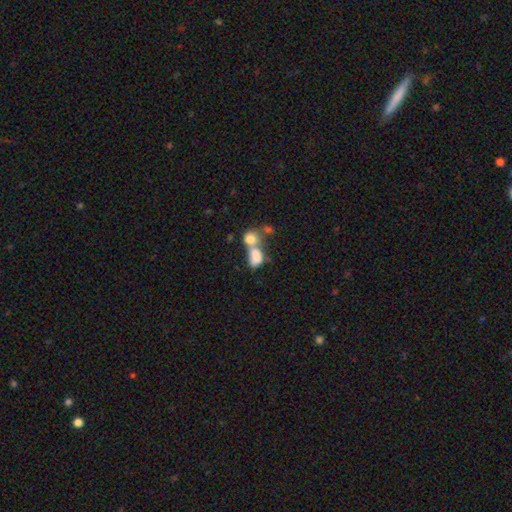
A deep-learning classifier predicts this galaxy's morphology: smooth-or-featured: smooth: 77% | featured or disk: 14% | star or artifact: 9%
  how-rounded: in between: 74% | round: 24% | cigar-shaped: 3%
  merging: merger: 65% | none: 18% | major disturbance: 9% | minor disturbance: 8%